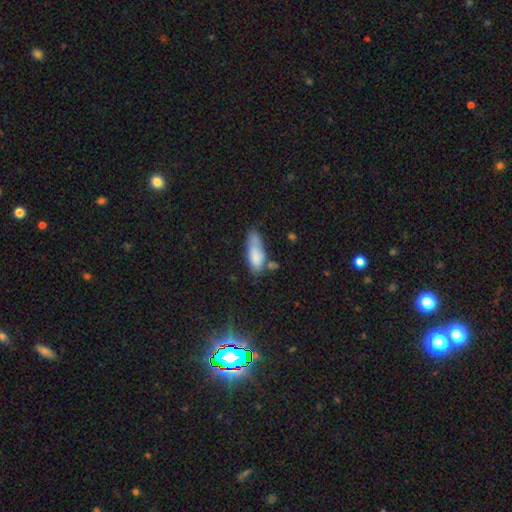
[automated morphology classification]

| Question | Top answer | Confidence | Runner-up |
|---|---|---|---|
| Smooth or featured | smooth | 79% | featured or disk (13%) |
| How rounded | in between | 63% | cigar-shaped (34%) |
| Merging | none | 46% | minor disturbance (31%) |